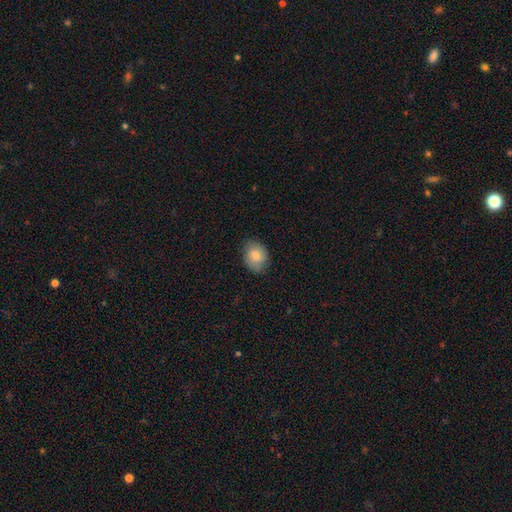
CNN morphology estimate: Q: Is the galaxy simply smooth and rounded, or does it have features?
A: smooth — 80%.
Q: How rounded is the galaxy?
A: in between — 58%.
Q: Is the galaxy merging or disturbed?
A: none — 80%.